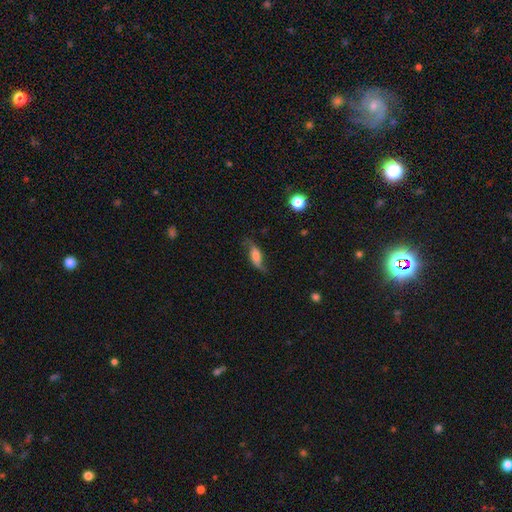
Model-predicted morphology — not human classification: A featured or disk galaxy (57%).

Vote fractions:
- Smooth or featured? featured or disk: 57% / smooth: 34% / star or artifact: 9%
- Edge-on disk? no: 80% / yes: 20%
- Merging? none: 66% / minor disturbance: 22% / major disturbance: 10% / merger: 2%